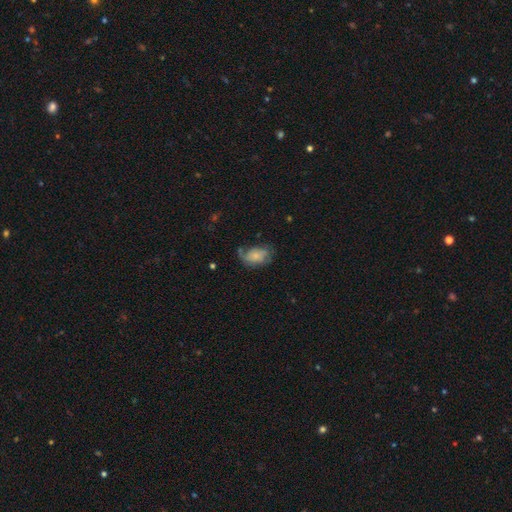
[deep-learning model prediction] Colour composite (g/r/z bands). It shows a smooth galaxy with no disk features (56%) that is in between round and cigar-shaped (87%). Merging: none (44%).